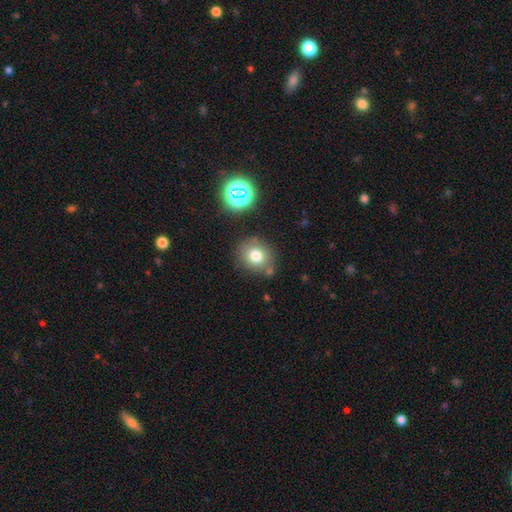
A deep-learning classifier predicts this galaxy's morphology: Smooth or featured? Predicted: smooth (p=0.75). How rounded? Predicted: round (p=0.78). Merging? Predicted: none (p=0.74).